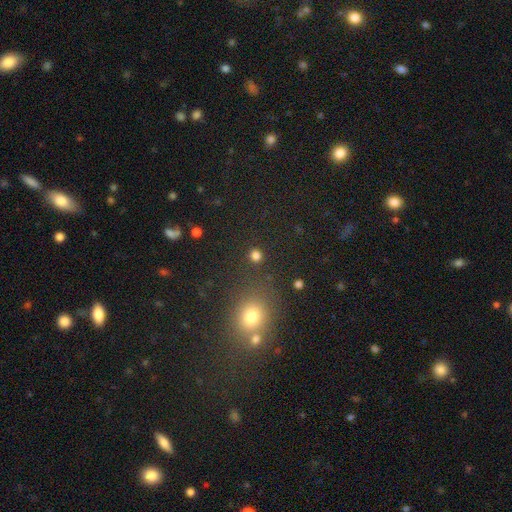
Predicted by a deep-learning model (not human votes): smooth-or-featured: smooth: 80% | star or artifact: 16% | featured or disk: 4%
  how-rounded: round: 89% | in between: 10% | cigar-shaped: 1%
  merging: none: 87% | minor disturbance: 7% | merger: 4% | major disturbance: 3%